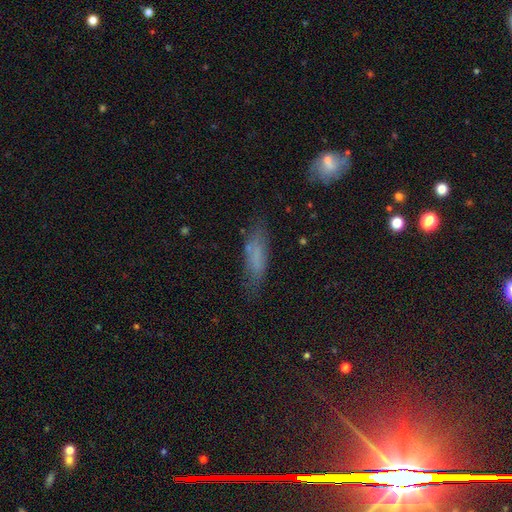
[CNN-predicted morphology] smooth 62%, featured or disk 25%, star or artifact 13%. Down the decision tree: how rounded — cigar-shaped (58%); merging — none (70%).